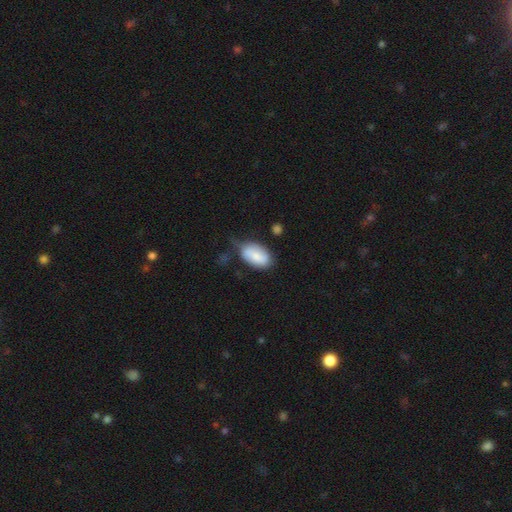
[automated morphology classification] Q: Smooth or featured?
A: smooth (69%); runner-up: featured or disk (24%)
Q: How rounded?
A: in between (92%); runner-up: round (6%)
Q: Merging?
A: none (47%); runner-up: minor disturbance (35%)